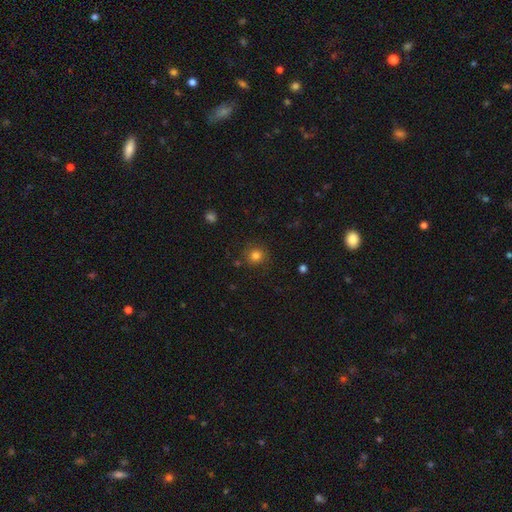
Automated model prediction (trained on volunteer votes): smooth-or-featured: smooth: 81% | star or artifact: 13% | featured or disk: 6%
  how-rounded: round: 91% | in between: 8% | cigar-shaped: 1%
  merging: none: 86% | minor disturbance: 9% | major disturbance: 3% | merger: 2%